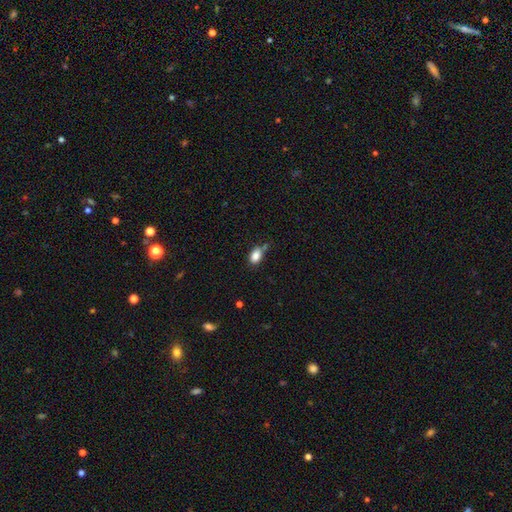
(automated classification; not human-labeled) smooth-or-featured: smooth: 85% | star or artifact: 9% | featured or disk: 6%
  how-rounded: in between: 87% | round: 10% | cigar-shaped: 2%
  merging: none: 65% | minor disturbance: 21% | merger: 9% | major disturbance: 5%